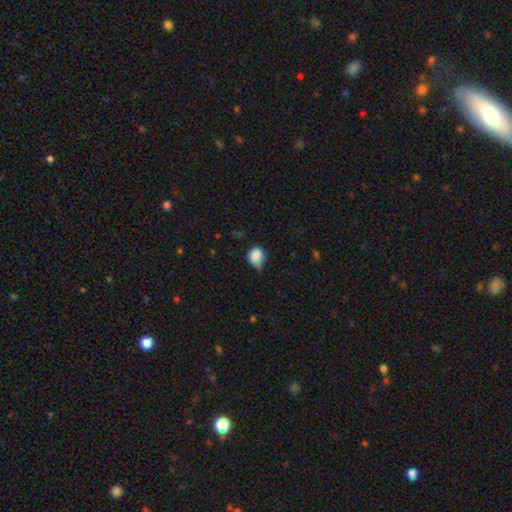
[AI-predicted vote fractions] A smooth galaxy with no disk features (85%) that is round (70%).

Vote fractions:
- Smooth or featured? smooth: 85% / star or artifact: 9% / featured or disk: 6%
- How rounded? round: 70% / in between: 29% / cigar-shaped: 1%
- Merging? minor disturbance: 44% (tied) / none: 44% (tied) / major disturbance: 9% / merger: 3%